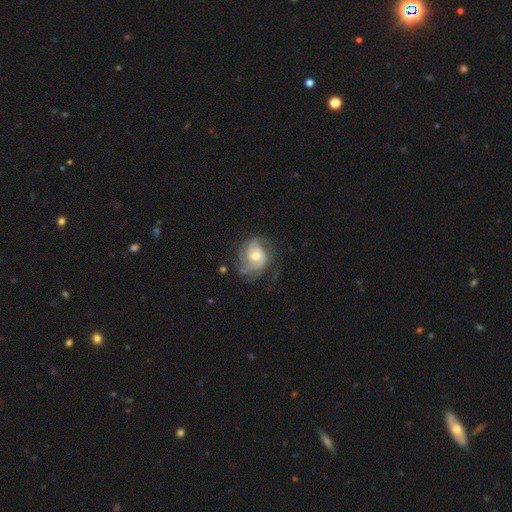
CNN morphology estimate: This is clearly a featured or disk galaxy (83%). It is clearly not viewed edge-on (98%). Bar: likely no (60%). Spiral arm pattern: clearly yes (95%). Spiral arm count: marginally 2 (34%). Spiral winding: possibly tight (48%). Central bulge: likely moderate (66%). Merging: likely none (62%).